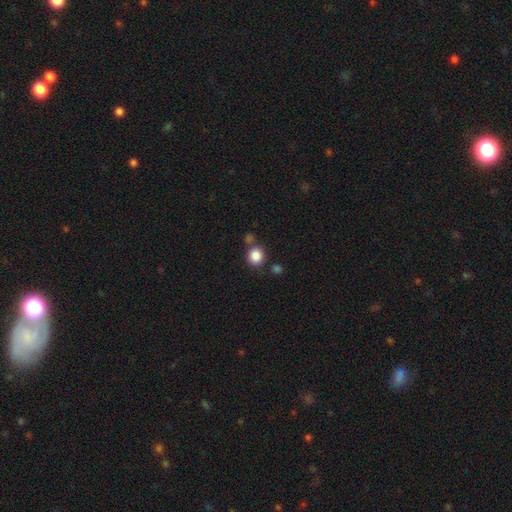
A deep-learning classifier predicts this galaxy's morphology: Smooth or featured? smooth (86%)
How rounded? round (84%)
Merging? none (72%)